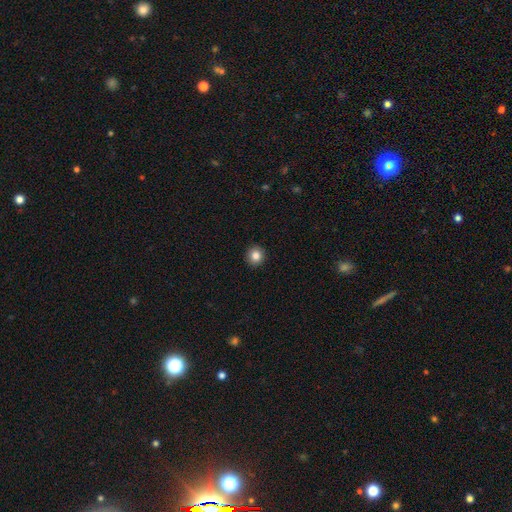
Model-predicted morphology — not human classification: Overall: smooth (84%). How rounded: round (93%). Merging: none (93%).